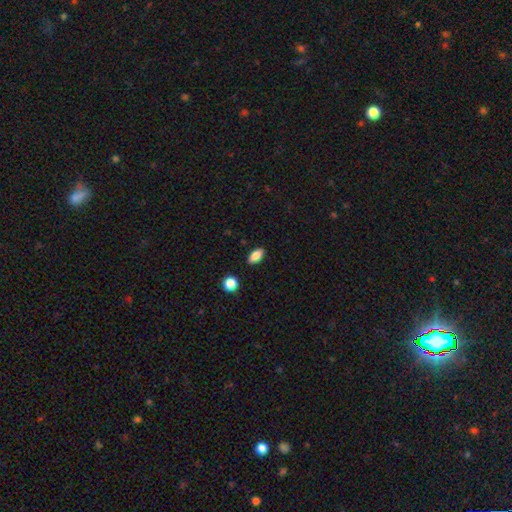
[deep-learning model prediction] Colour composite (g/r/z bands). It shows a smooth galaxy with no disk features (86%) that is in between round and cigar-shaped (90%). Merging: none (88%).